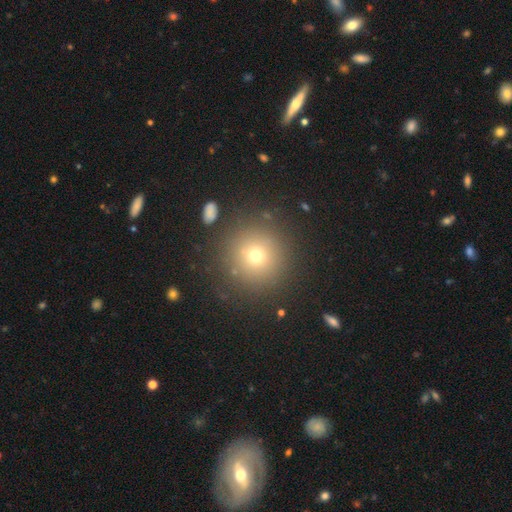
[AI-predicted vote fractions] Smooth or featured?
  - smooth: 69% *
  - star or artifact: 19%
  - featured or disk: 12%
How rounded?
  - round: 95% *
  - in between: 4%
  - cigar-shaped: 1%
Merging?
  - none: 87% *
  - minor disturbance: 7%
  - major disturbance: 3%
  - merger: 2%